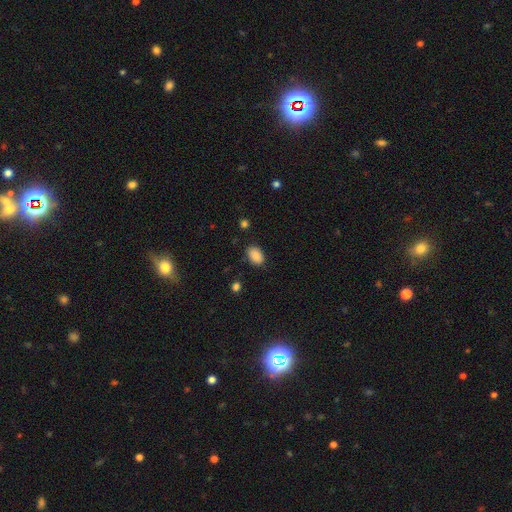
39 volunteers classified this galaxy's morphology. Q: Smooth or featured?
A: smooth (92%); runner-up: featured or disk (5%)
Q: How rounded?
A: in between (89%); runner-up: round (11%)
Q: Merging?
A: none (87%); runner-up: minor disturbance (8%)